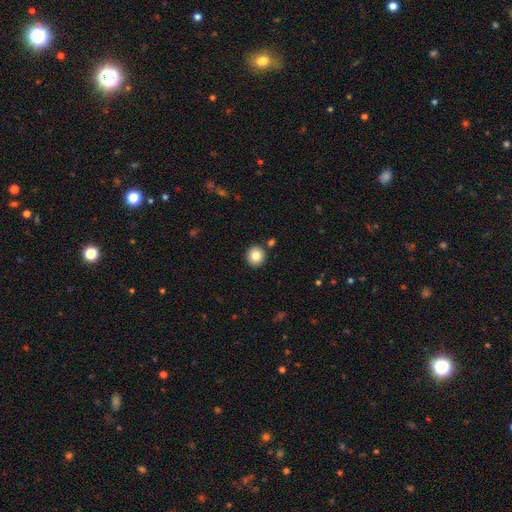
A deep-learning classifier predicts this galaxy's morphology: Smooth or featured? smooth (84%)
How rounded? round (90%)
Merging? none (88%)